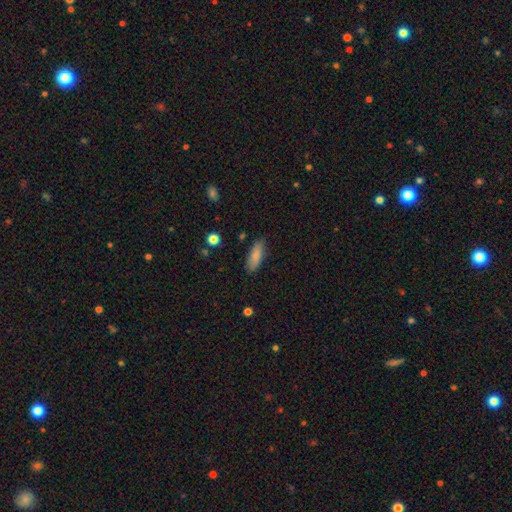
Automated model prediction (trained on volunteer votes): Q: Smooth or featured?
A: smooth (84%); runner-up: featured or disk (9%)
Q: How rounded?
A: in between (64%); runner-up: cigar-shaped (34%)
Q: Merging?
A: none (85%); runner-up: minor disturbance (11%)